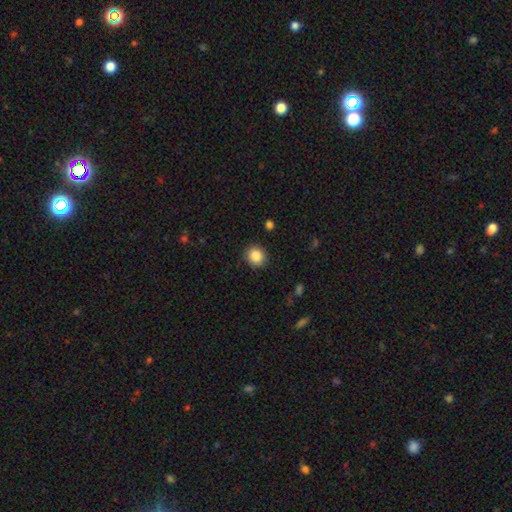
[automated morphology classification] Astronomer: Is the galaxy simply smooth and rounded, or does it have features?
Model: smooth — 87%.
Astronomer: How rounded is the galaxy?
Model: round — 85%.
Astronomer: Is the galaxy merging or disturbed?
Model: none — 89%.